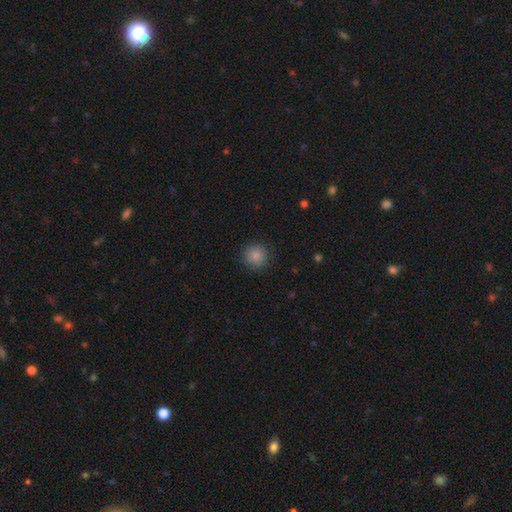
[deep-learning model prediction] A smooth galaxy with no disk features (87%) that is round (94%). Merging: none (89%).